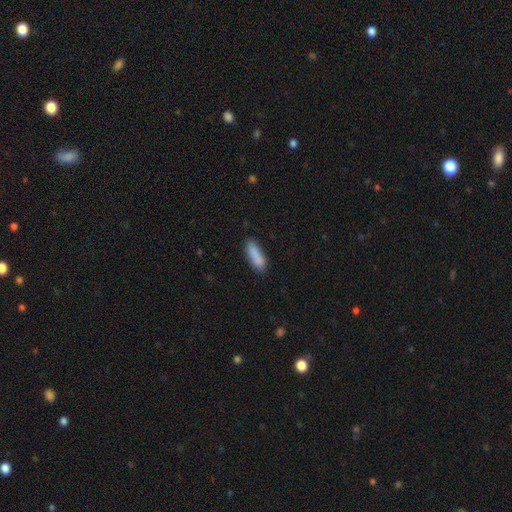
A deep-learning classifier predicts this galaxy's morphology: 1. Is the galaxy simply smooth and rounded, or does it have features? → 87% smooth, 7% star or artifact, 6% featured or disk.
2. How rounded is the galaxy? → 52% in between, 46% cigar-shaped, 2% round.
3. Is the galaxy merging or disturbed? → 81% none, 14% minor disturbance, 3% major disturbance, 2% merger.